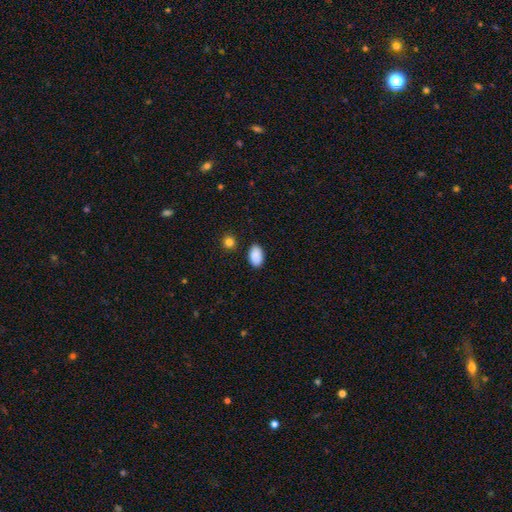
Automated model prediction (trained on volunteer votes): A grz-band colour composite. It shows a smooth galaxy with no disk features (89%) that is in between round and cigar-shaped (92%). Merging: none (86%).